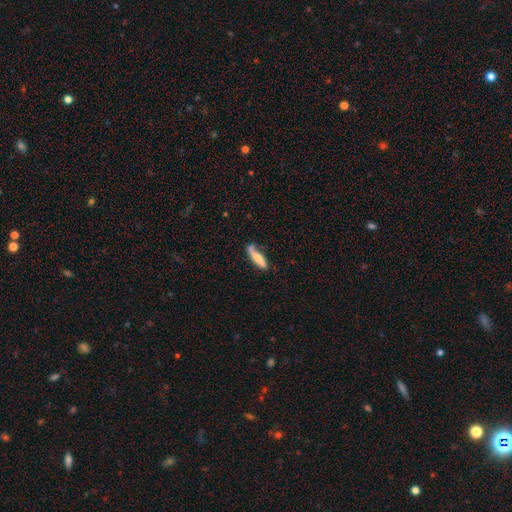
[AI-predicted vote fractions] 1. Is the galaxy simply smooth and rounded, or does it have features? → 68% smooth, 26% featured or disk, 6% star or artifact.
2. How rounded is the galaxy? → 71% cigar-shaped, 27% in between, 2% round.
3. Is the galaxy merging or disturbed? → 56% none, 27% minor disturbance, 10% major disturbance, 7% merger.